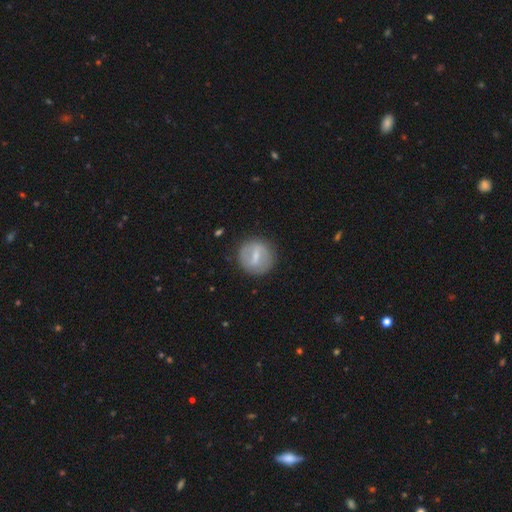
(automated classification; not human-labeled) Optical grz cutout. It shows a featured or disk galaxy (52%). Merging: none (83%).